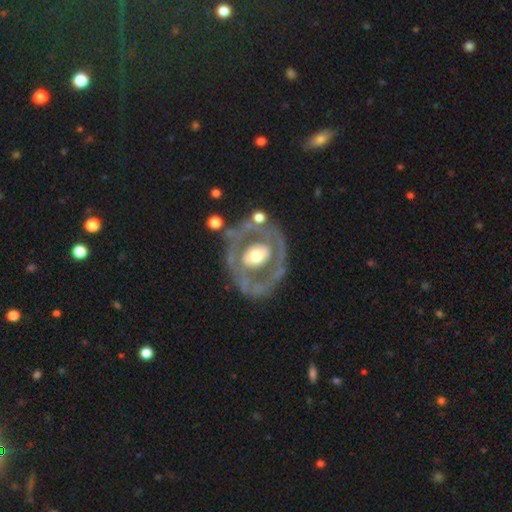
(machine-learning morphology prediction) This is likely a featured or disk galaxy (71%). It is clearly not viewed edge-on (95%). Bar: likely no (66%). Spiral arm pattern: likely no (66%). Central bulge: likely moderate (65%). Merging: possibly none (57%).